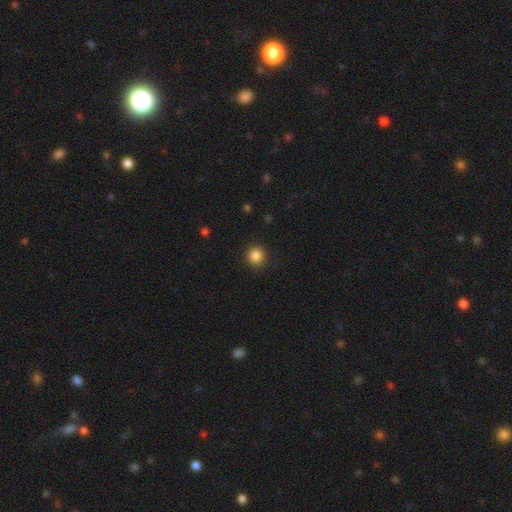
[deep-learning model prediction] smooth_or_featured: smooth (p=0.85) [alt: star or artifact p=0.11]
how_rounded: round (p=0.94) [alt: in between p=0.05]
merging: none (p=0.91) [alt: minor disturbance p=0.06]